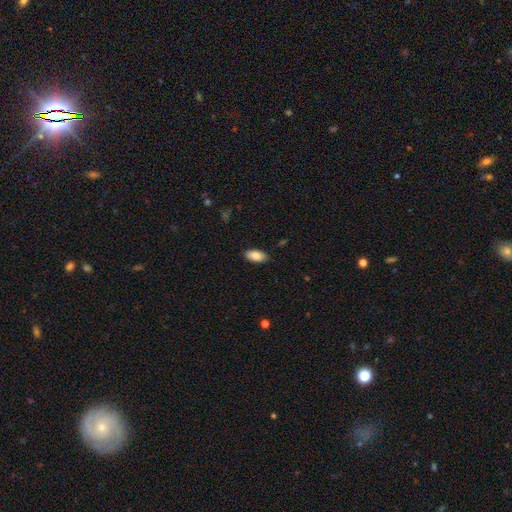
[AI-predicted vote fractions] Q: Smooth or featured?
A: smooth (85%); runner-up: featured or disk (9%)
Q: How rounded?
A: in between (93%); runner-up: cigar-shaped (5%)
Q: Merging?
A: none (88%); runner-up: minor disturbance (9%)